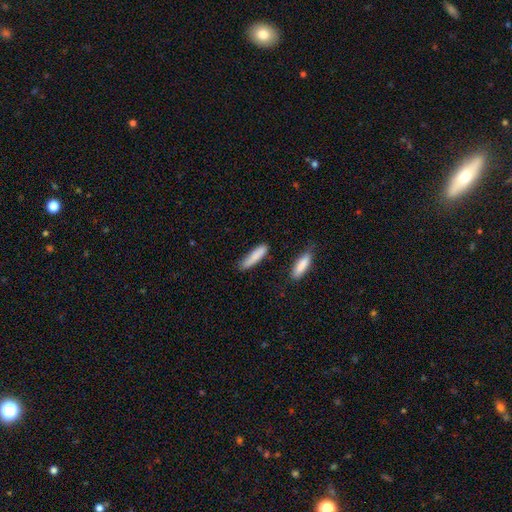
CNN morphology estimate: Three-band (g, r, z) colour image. It shows a smooth galaxy with no disk features (84%) that is cigar-shaped (77%). Merging: none (76%).